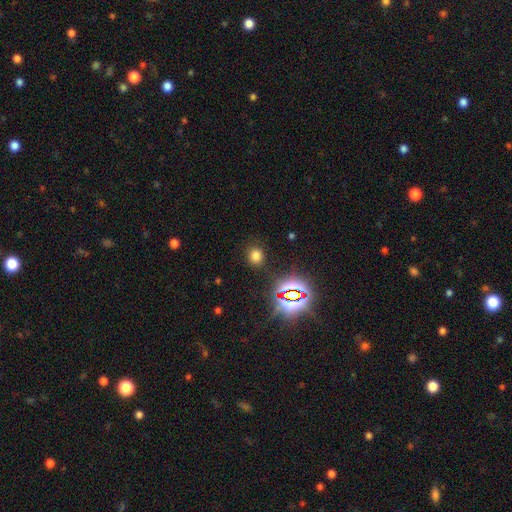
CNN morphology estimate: This is likely a smooth galaxy (69%). How rounded: clearly round (80%). Merging: clearly none (87%).